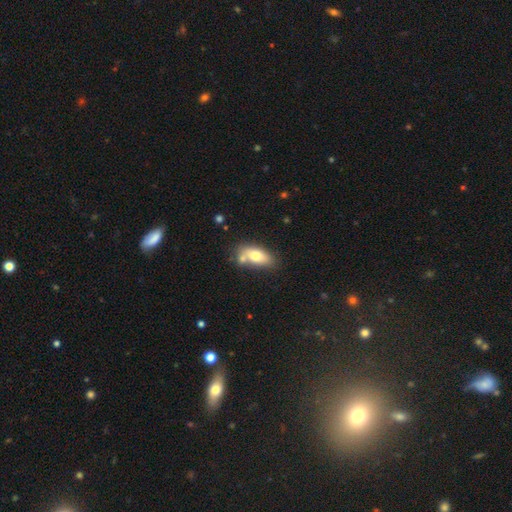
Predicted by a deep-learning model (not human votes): Smooth or featured?
  - smooth: 71% *
  - featured or disk: 21%
  - star or artifact: 8%
How rounded?
  - in between: 86% *
  - cigar-shaped: 9%
  - round: 5%
Merging?
  - none: 52% *
  - merger: 26%
  - minor disturbance: 17%
  - major disturbance: 5%